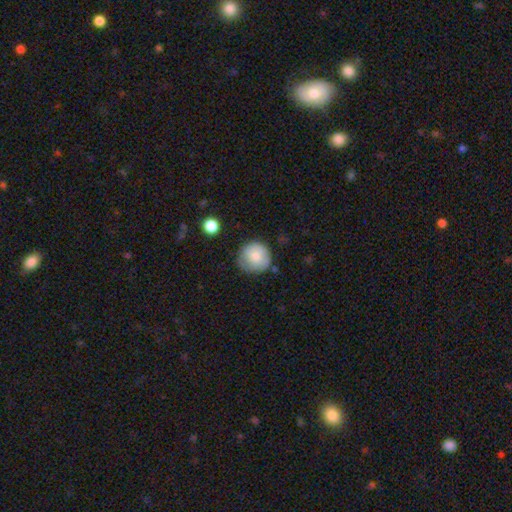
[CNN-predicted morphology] Q: Smooth or featured?
A: smooth (79%); runner-up: featured or disk (14%)
Q: How rounded?
A: round (92%); runner-up: in between (7%)
Q: Merging?
A: none (70%); runner-up: minor disturbance (22%)